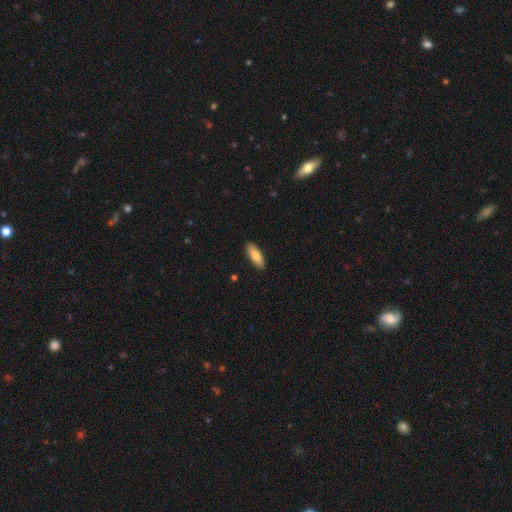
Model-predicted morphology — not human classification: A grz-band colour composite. It shows a smooth galaxy with no disk features (83%) that is in between round and cigar-shaped (60%). Merging: none (89%).